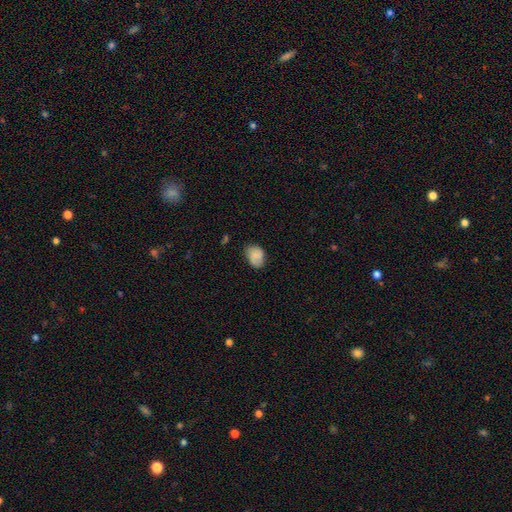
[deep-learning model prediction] A smooth galaxy with no disk features (72%) that is in between round and cigar-shaped (69%). Merging: none (66%).